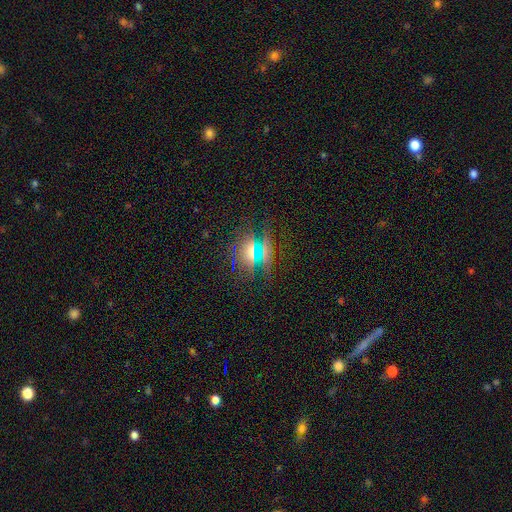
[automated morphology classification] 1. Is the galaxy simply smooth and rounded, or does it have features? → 42% smooth, 36% star or artifact, 22% featured or disk.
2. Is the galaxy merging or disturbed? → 75% none, 12% minor disturbance, 8% merger, 6% major disturbance.